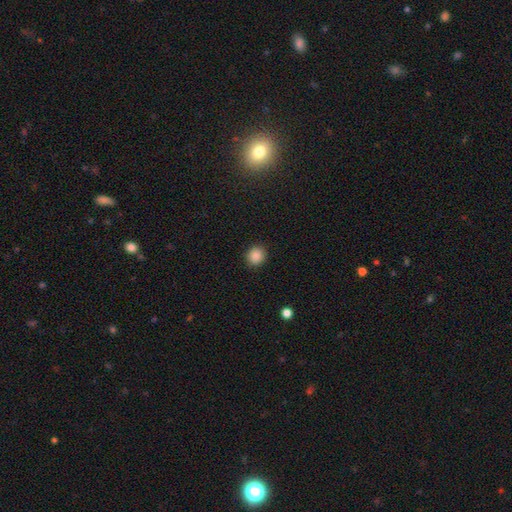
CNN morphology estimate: The model was most divided on "how rounded": round: 85%, in between: 14%, cigar-shaped: 1%. More confident: merging — none (91%); smooth or featured — smooth (86%).